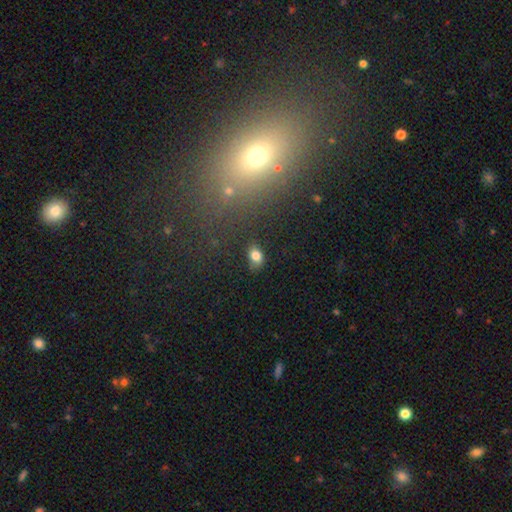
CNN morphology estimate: Overall: smooth (81%). How rounded: in between (76%). Merging: none (73%).